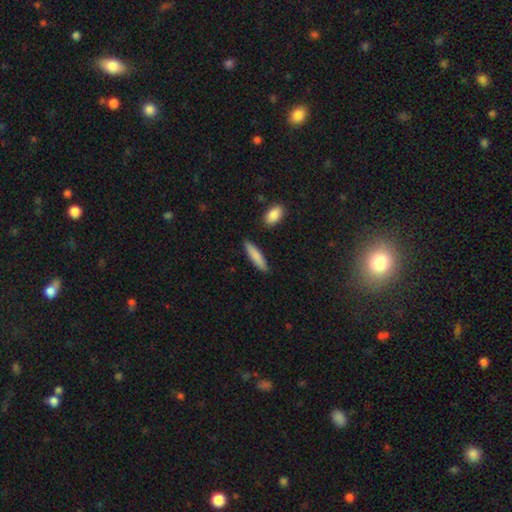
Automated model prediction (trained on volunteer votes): A smooth galaxy with no disk features (83%) that is cigar-shaped (79%).

Vote fractions:
- Smooth or featured? smooth: 83% / featured or disk: 11% / star or artifact: 6%
- How rounded? cigar-shaped: 79% / in between: 19% / round: 2%
- Merging? none: 86% / minor disturbance: 9% / merger: 3% / major disturbance: 2%